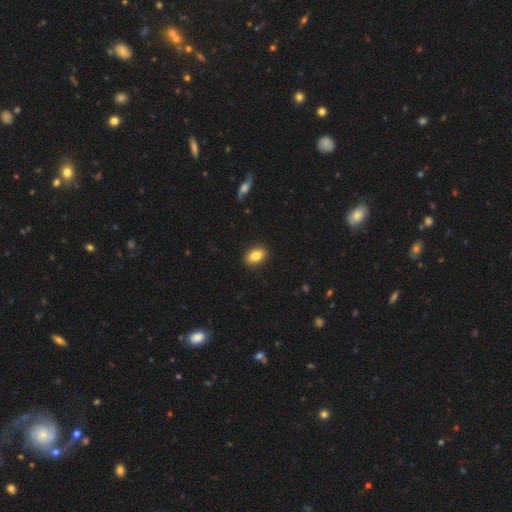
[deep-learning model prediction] This is clearly a smooth galaxy (85%). How rounded: clearly in between (87%). Merging: clearly none (90%).